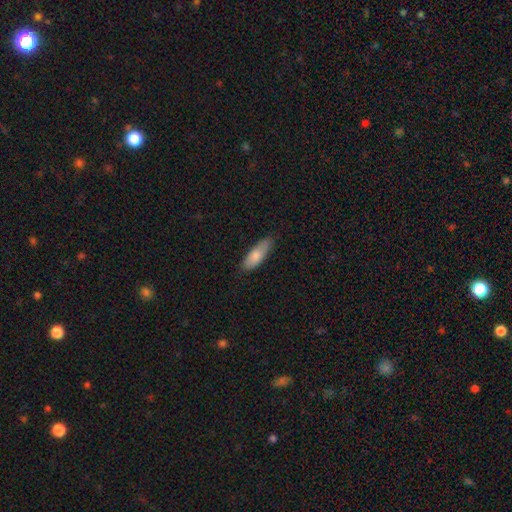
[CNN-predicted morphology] Smooth or featured? smooth (80%)
How rounded? in between (62%)
Merging? none (77%)